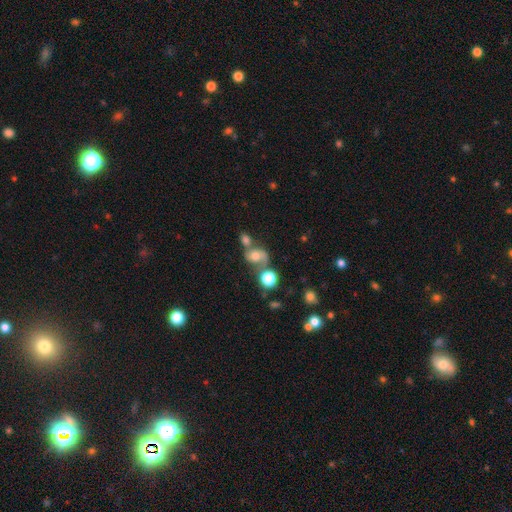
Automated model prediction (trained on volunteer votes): Q: Smooth or featured?
A: featured or disk (44%); runner-up: smooth (42%)
Q: Merging?
A: merger (40%); runner-up: none (34%)